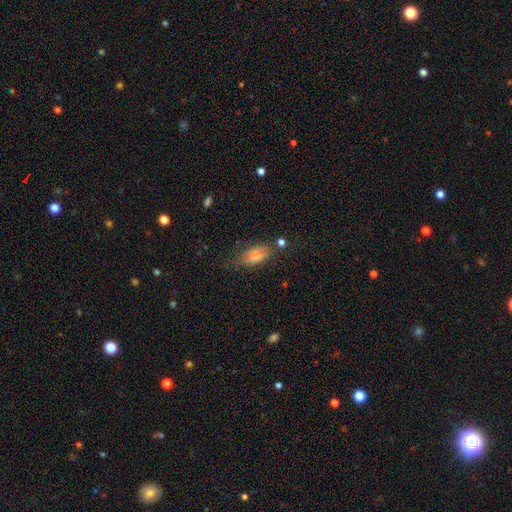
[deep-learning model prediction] smooth 48%, featured or disk 37%, star or artifact 15%. Down the decision tree: merging — none (61%).